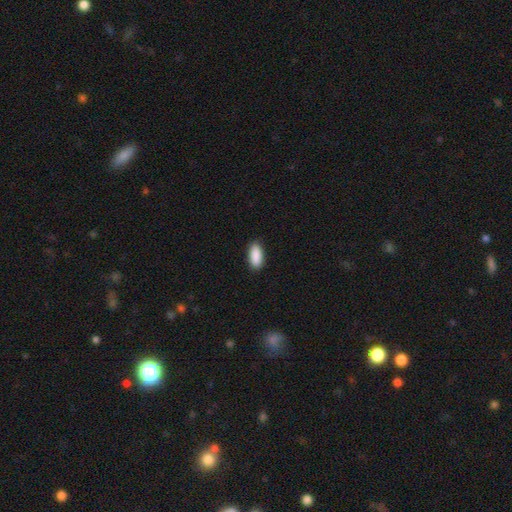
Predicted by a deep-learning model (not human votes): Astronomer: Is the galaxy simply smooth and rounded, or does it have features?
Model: smooth — 91%.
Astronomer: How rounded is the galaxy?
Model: in between — 85%.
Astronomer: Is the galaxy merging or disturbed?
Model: none — 89%.